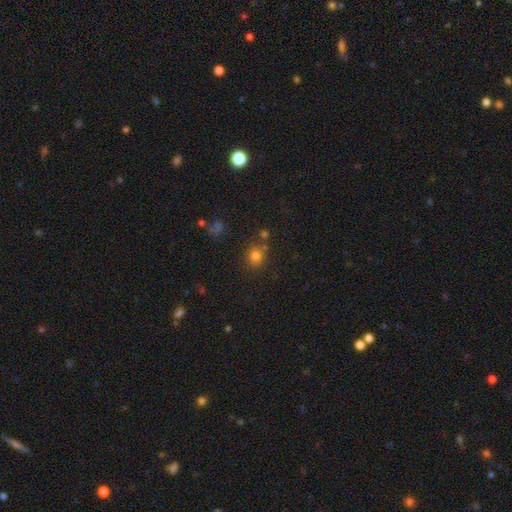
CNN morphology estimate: A smooth galaxy with no disk features (77%) that is round (82%).

Vote fractions:
- Smooth or featured? smooth: 77% / star or artifact: 16% / featured or disk: 7%
- How rounded? round: 82% / in between: 17% / cigar-shaped: 1%
- Merging? none: 74% / minor disturbance: 11% / merger: 11% / major disturbance: 4%